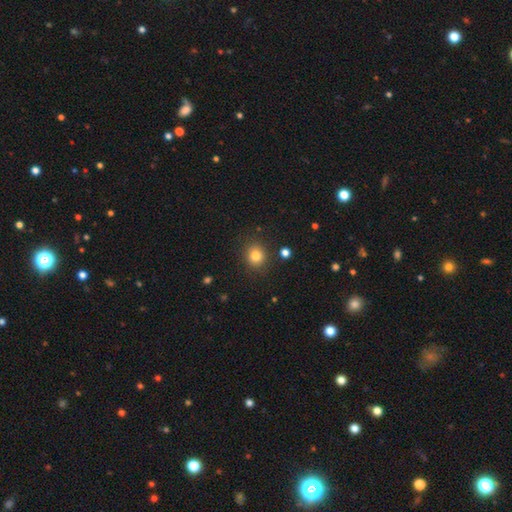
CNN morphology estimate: Smooth or featured?
  - smooth: 81% *
  - star or artifact: 13%
  - featured or disk: 7%
How rounded?
  - round: 83% *
  - in between: 16%
  - cigar-shaped: 1%
Merging?
  - none: 87% *
  - minor disturbance: 8%
  - major disturbance: 3%
  - merger: 2%